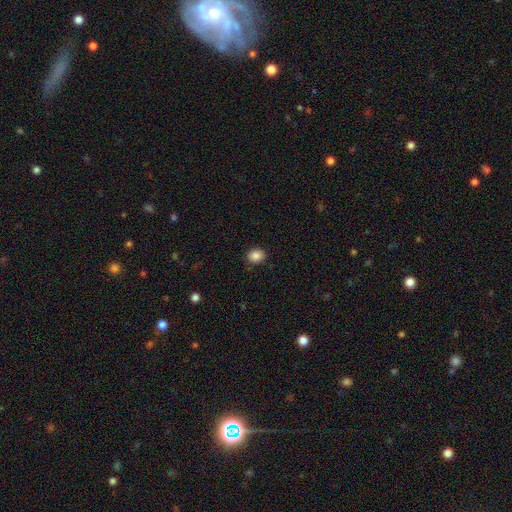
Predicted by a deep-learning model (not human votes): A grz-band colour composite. It shows a smooth galaxy with no disk features (87%) that is round (59%). Merging: none (88%).